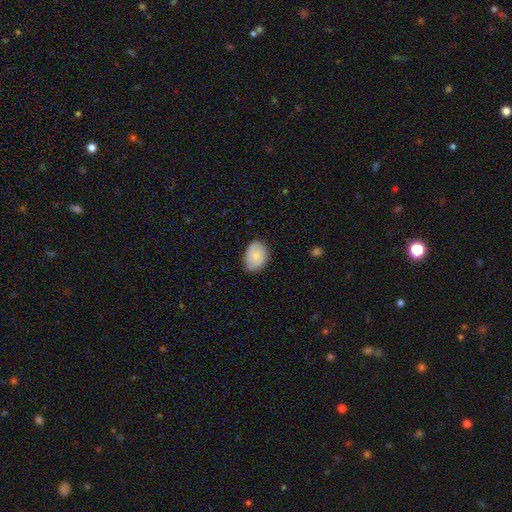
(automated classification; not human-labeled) This is likely a smooth galaxy (79%). How rounded: likely in between (75%). Merging: likely none (77%).